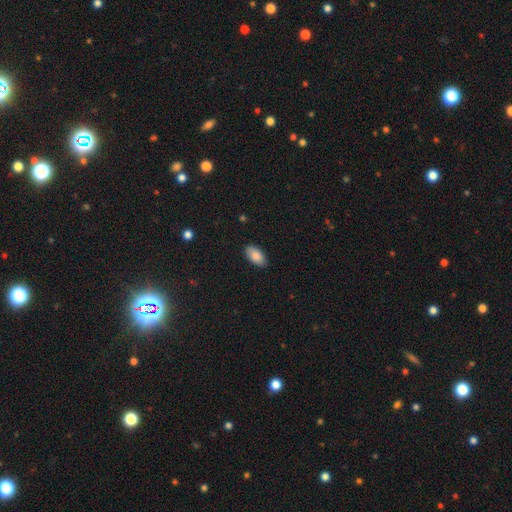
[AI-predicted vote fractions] smooth 87%, star or artifact 7%, featured or disk 6%. Down the decision tree: how rounded — in between (94%); merging — none (87%).